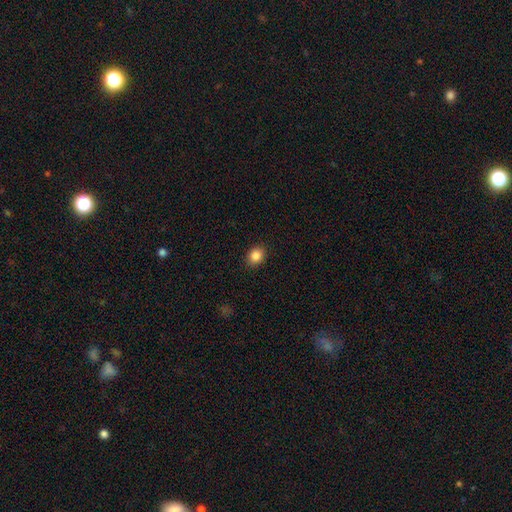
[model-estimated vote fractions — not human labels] The model was most divided on "how rounded": round: 51%, in between: 48%, cigar-shaped: 1%. More confident: merging — none (89%); smooth or featured — smooth (87%).